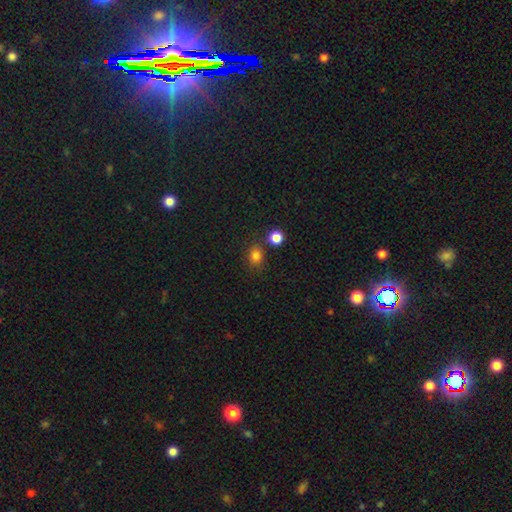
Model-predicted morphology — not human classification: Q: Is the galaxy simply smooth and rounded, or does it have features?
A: smooth — 80%.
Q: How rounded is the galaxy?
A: round — 64%.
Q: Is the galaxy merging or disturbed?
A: none — 75%.